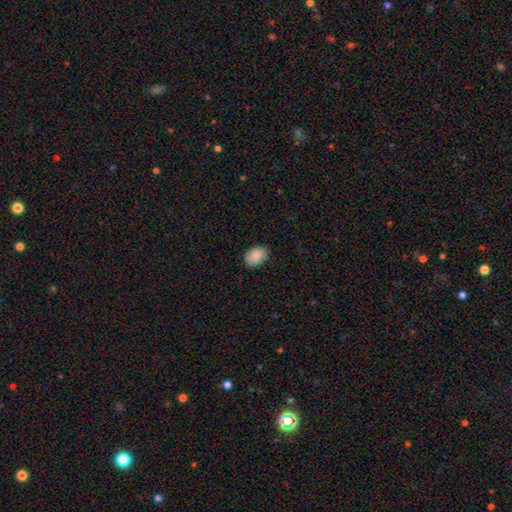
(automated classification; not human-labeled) smooth-or-featured: smooth: 89% | star or artifact: 7% | featured or disk: 5%
  how-rounded: in between: 74% | round: 25% | cigar-shaped: 1%
  merging: none: 84% | minor disturbance: 13% | major disturbance: 2% | merger: 1%